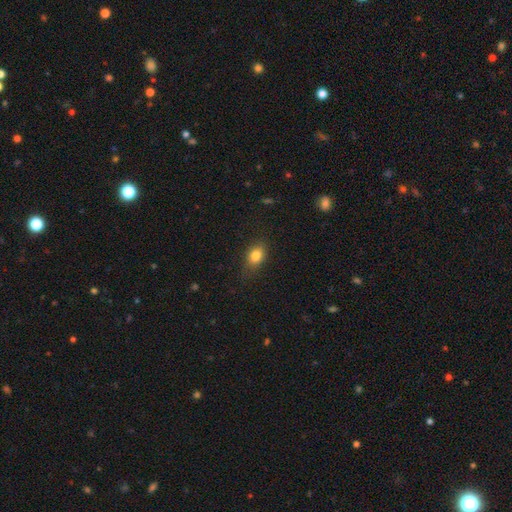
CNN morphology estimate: Smooth or featured?
  - smooth: 82% *
  - star or artifact: 10%
  - featured or disk: 8%
How rounded?
  - in between: 67% *
  - round: 31%
  - cigar-shaped: 2%
Merging?
  - none: 76% *
  - minor disturbance: 18%
  - major disturbance: 5%
  - merger: 1%